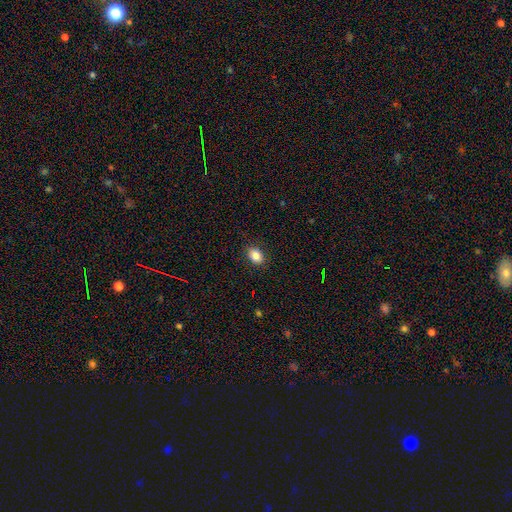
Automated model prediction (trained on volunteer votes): smooth 85%, star or artifact 9%, featured or disk 5%. Down the decision tree: how rounded — in between (69%); merging — none (87%).